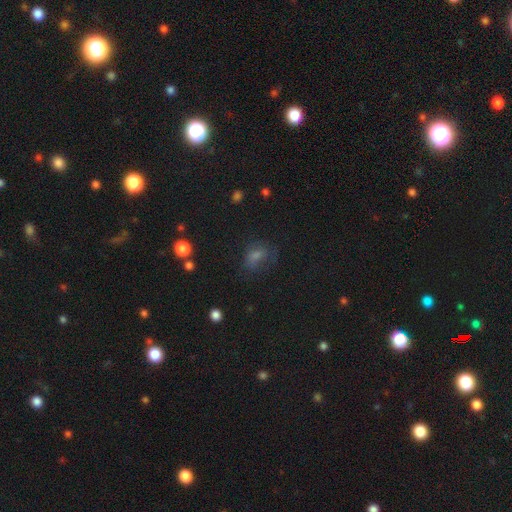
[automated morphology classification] Smooth or featured? smooth (66%)
How rounded? in between (73%)
Merging? none (49%)